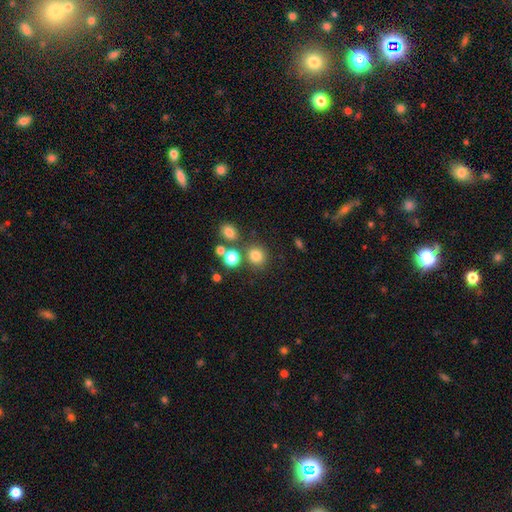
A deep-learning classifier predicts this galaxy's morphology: Overall: smooth (78%). How rounded: round (85%). Merging: none (73%).